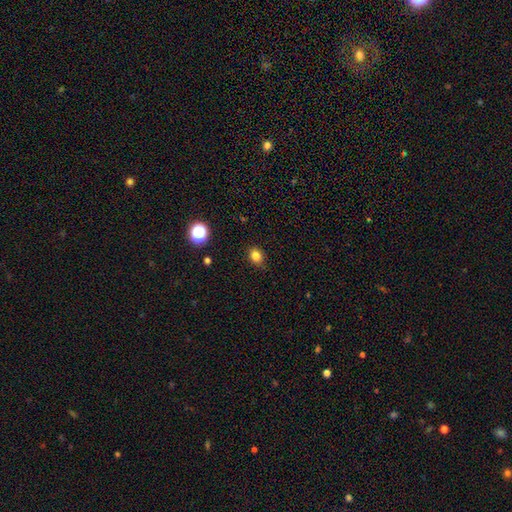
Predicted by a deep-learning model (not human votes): Smooth or featured: smooth — 81% (star or artifact — 14%)
How rounded: round — 57% (in between — 43%)
Merging: none — 85% (minor disturbance — 11%)